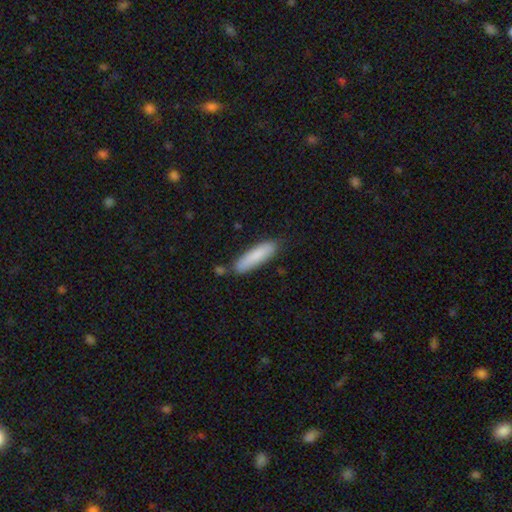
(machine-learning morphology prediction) A smooth galaxy with no disk features (85%) that is cigar-shaped (72%).

Vote fractions:
- Smooth or featured? smooth: 85% / featured or disk: 10% / star or artifact: 6%
- How rounded? cigar-shaped: 72% / in between: 26% / round: 1%
- Merging? none: 79% / minor disturbance: 14% / merger: 4% / major disturbance: 3%